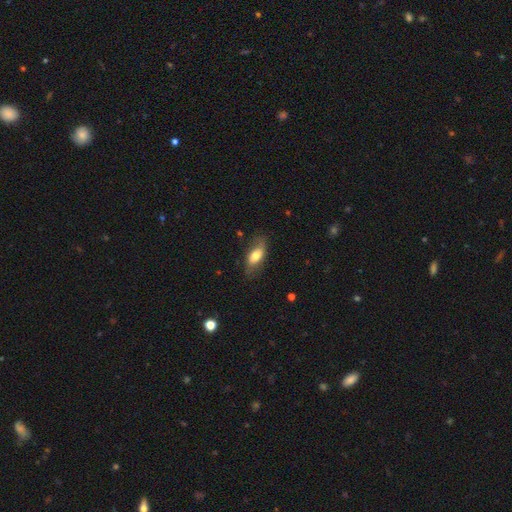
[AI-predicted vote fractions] Q: Smooth or featured?
A: smooth (66%); runner-up: featured or disk (27%)
Q: How rounded?
A: in between (83%); runner-up: cigar-shaped (13%)
Q: Merging?
A: none (70%); runner-up: minor disturbance (22%)